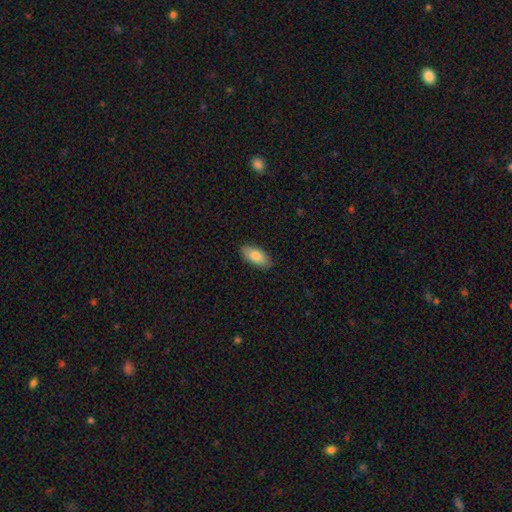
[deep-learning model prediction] Smooth or featured: smooth — 80% (featured or disk — 14%)
How rounded: in between — 90% (cigar-shaped — 8%)
Merging: none — 88% (minor disturbance — 10%)